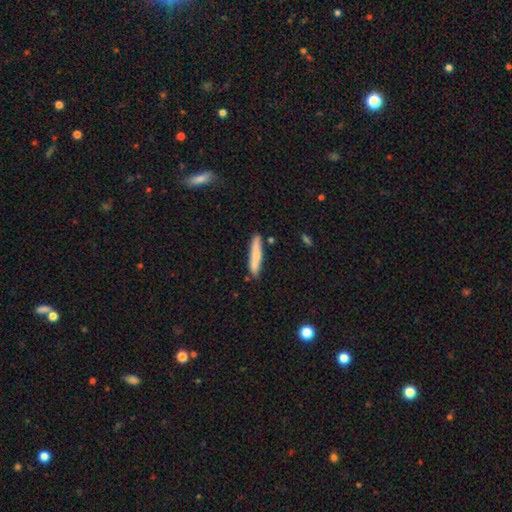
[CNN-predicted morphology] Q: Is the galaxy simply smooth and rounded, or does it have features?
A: smooth — 73%.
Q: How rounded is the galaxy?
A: cigar-shaped — 90%.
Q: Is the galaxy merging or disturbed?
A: none — 82%.